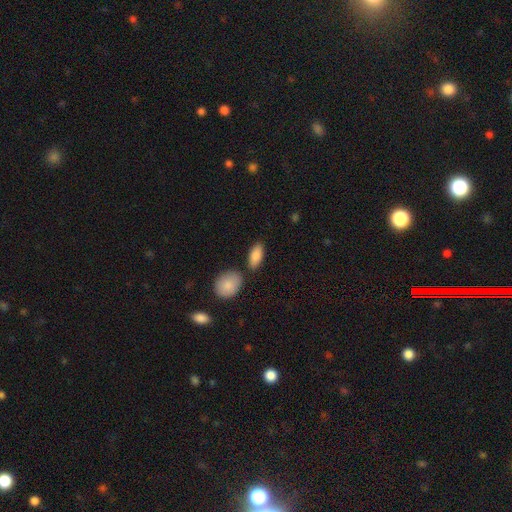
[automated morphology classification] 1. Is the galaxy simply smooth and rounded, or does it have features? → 87% smooth, 7% featured or disk, 6% star or artifact.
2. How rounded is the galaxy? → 87% in between, 10% cigar-shaped, 3% round.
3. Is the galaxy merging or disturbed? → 73% none, 13% minor disturbance, 11% merger, 3% major disturbance.